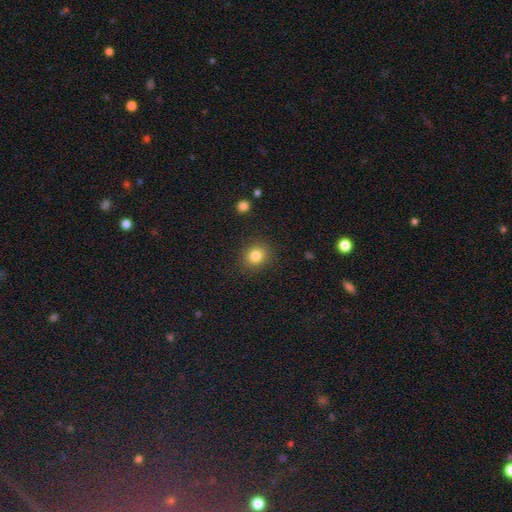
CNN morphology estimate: Overall: smooth (83%). How rounded: round (79%). Merging: none (88%).